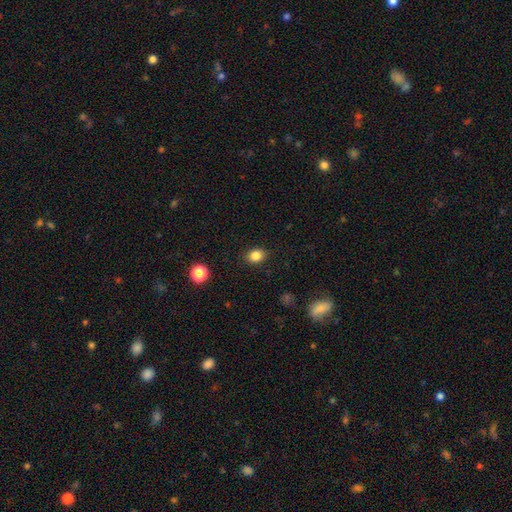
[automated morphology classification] The model was most divided on "how rounded": in between: 54%, round: 45%, cigar-shaped: 1%. More confident: merging — none (88%); smooth or featured — smooth (84%).